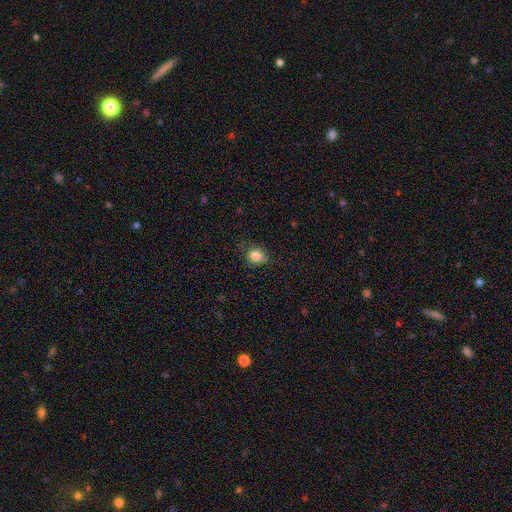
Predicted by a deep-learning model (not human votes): The model was most divided on "how rounded": round: 70%, in between: 29%, cigar-shaped: 1%. More confident: smooth or featured — smooth (84%); merging — none (76%).